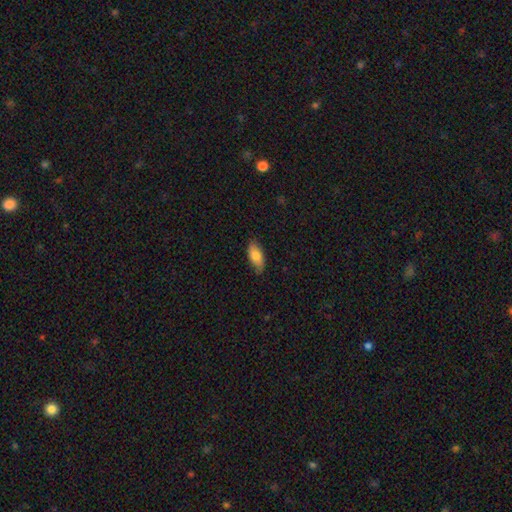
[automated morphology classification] smooth_or_featured: smooth (p=0.80) [alt: featured or disk p=0.14]
how_rounded: in between (p=0.89) [alt: cigar-shaped p=0.09]
merging: none (p=0.78) [alt: minor disturbance p=0.18]